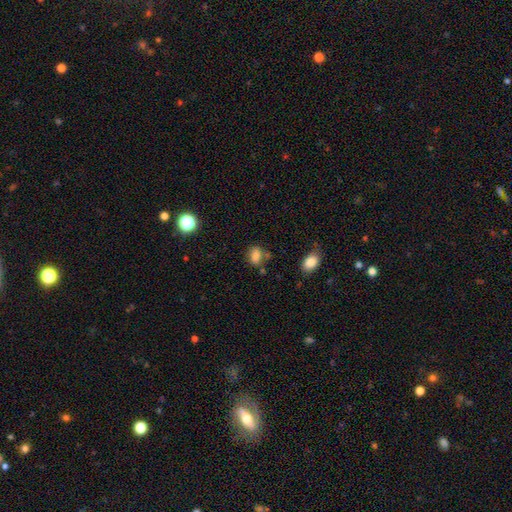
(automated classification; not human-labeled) Morphology: type=smooth (80%); roundness=in between (74%); merging=none (64%).